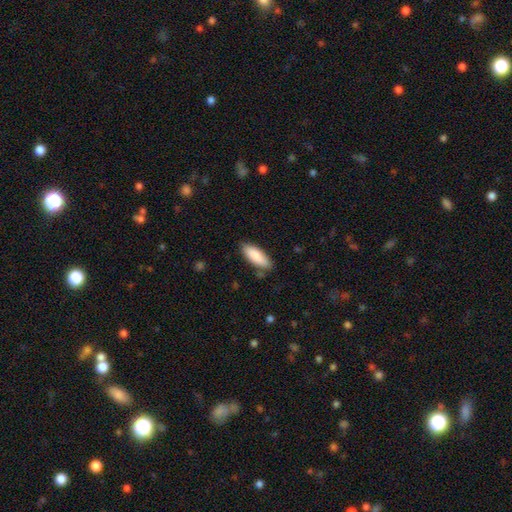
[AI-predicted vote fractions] A smooth galaxy with no disk features (88%) that is in between round and cigar-shaped (70%). Merging: none (82%).